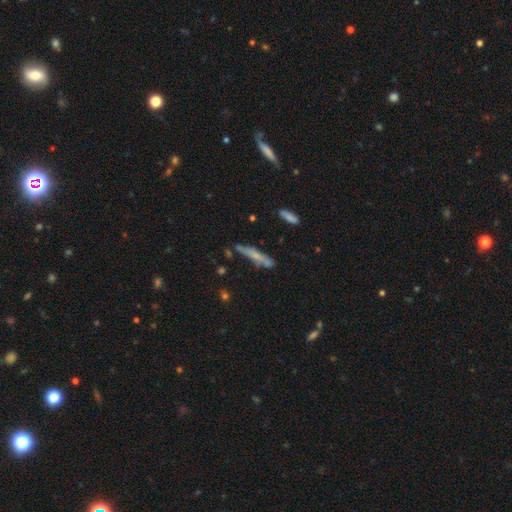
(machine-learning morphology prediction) The model was most divided on "smooth or featured": smooth: 50%, featured or disk: 40%, star or artifact: 9%. More confident: how rounded — cigar-shaped (87%); merging — none (68%).